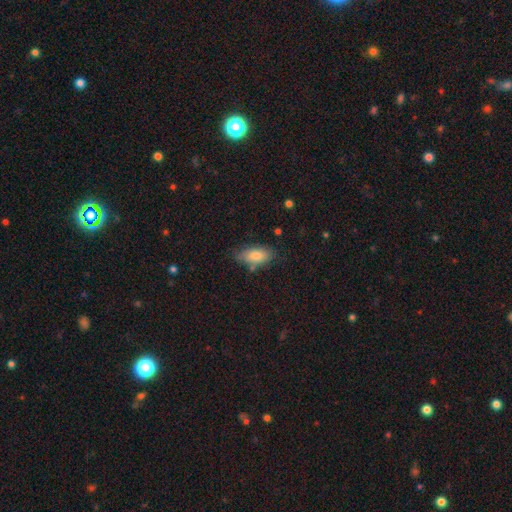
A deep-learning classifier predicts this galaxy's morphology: Smooth or featured? Predicted: smooth (p=0.80). How rounded? Predicted: in between (p=0.88). Merging? Predicted: none (p=0.72).